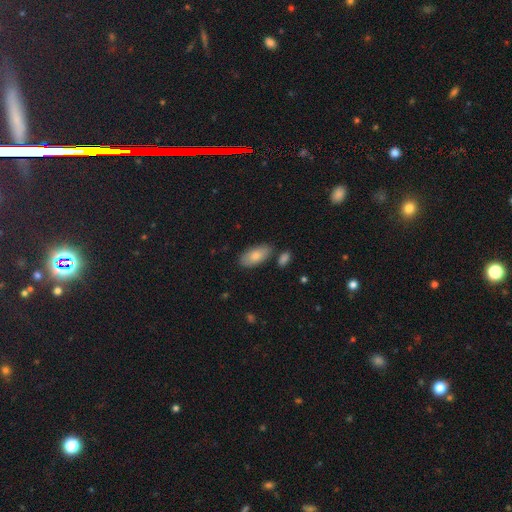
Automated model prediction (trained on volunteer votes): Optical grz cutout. It shows a smooth galaxy with no disk features (79%) that is in between round and cigar-shaped (92%). Merging: none (78%).